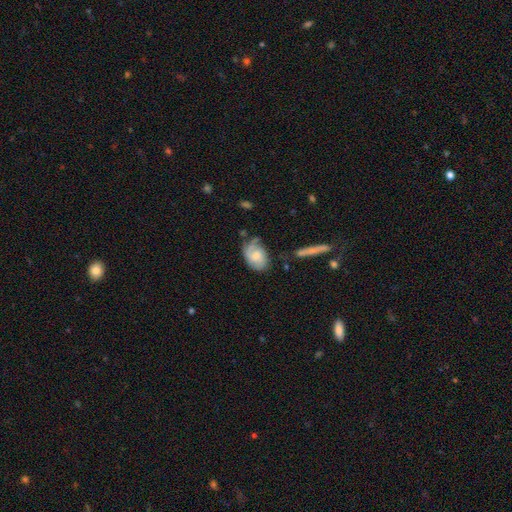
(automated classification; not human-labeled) Smooth or featured? Predicted: smooth (p=0.47, tied with featured or disk). Merging? Predicted: none (p=0.47).